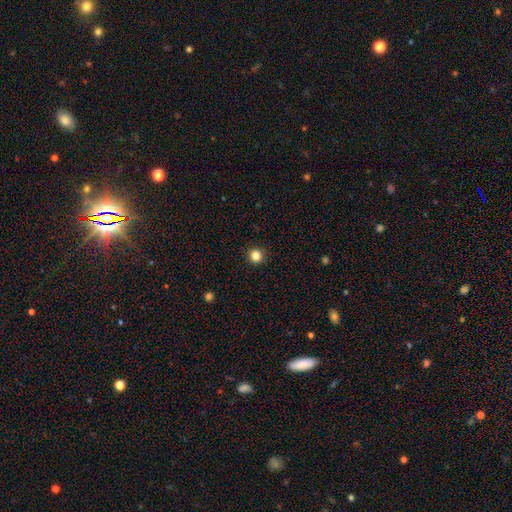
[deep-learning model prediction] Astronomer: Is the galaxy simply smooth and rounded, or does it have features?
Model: smooth — 83%.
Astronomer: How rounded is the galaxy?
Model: round — 95%.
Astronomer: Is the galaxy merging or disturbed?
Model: none — 93%.